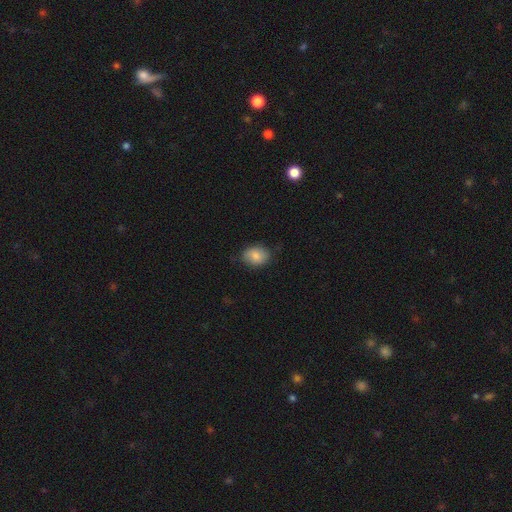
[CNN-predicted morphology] Overall: smooth (83%). How rounded: in between (64%; round 35%). Merging: none (79%).